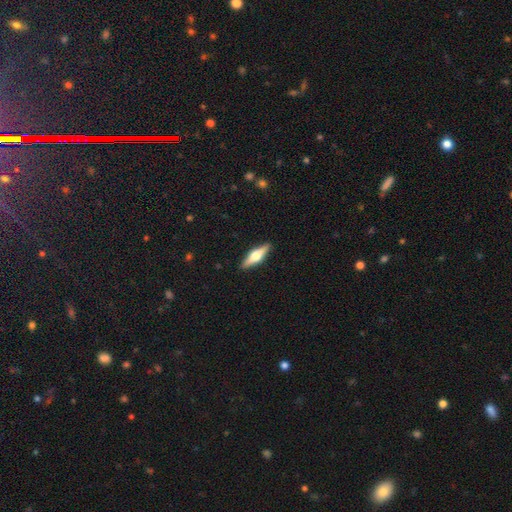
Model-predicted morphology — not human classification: type=featured or disk (66%); edge-on=yes (97%); edge-on bulge=rounded (94%); merging=none (91%).